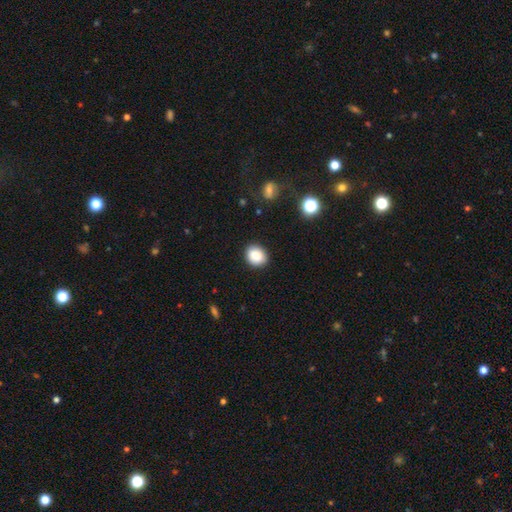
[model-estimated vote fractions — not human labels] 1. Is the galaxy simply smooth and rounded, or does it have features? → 87% smooth, 9% star or artifact, 4% featured or disk.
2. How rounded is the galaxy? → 64% round, 35% in between, 1% cigar-shaped.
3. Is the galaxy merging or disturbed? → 86% none, 10% minor disturbance, 2% major disturbance, 1% merger.